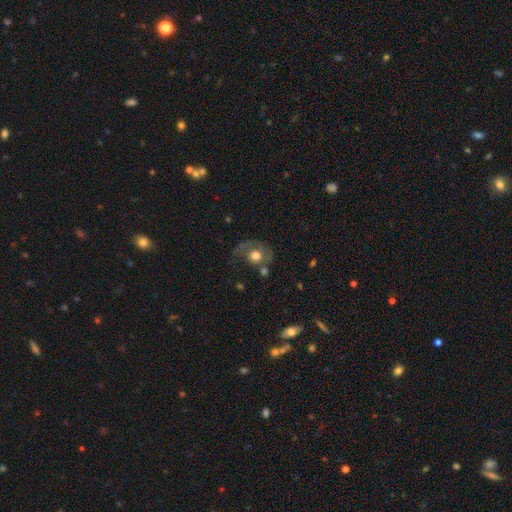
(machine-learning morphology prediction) Smooth or featured: smooth — 46% (featured or disk — 45%)
Merging: none — 40% (major disturbance — 31%)